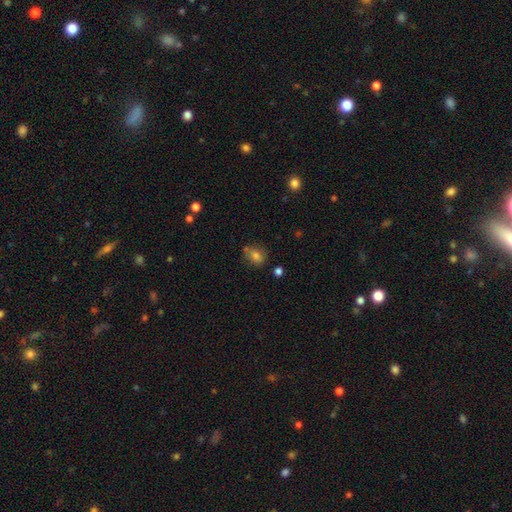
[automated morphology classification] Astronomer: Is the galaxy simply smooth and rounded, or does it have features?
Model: smooth — 78%.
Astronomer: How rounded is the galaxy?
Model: in between — 55% (runner-up: round, 43%).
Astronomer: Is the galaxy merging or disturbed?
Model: none — 67%.